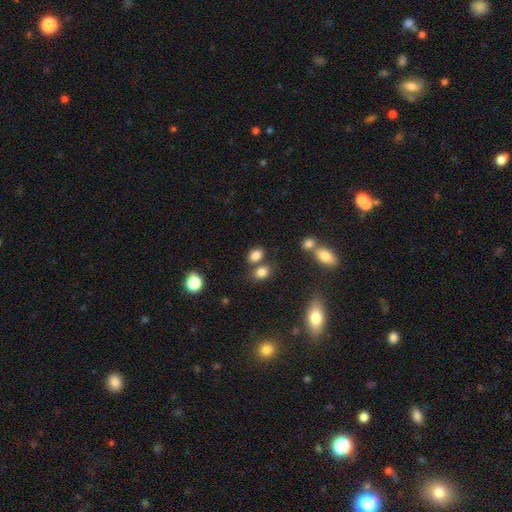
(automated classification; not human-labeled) smooth_or_featured: smooth (p=0.82) [alt: star or artifact p=0.12]
how_rounded: in between (p=0.75) [alt: round p=0.23]
merging: none (p=0.61) [alt: merger p=0.23]